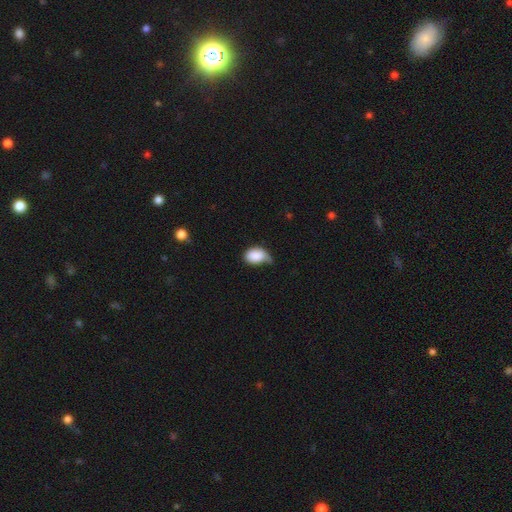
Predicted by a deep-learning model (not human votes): Smooth or featured? smooth (87%)
How rounded? in between (77%)
Merging? minor disturbance (43%)